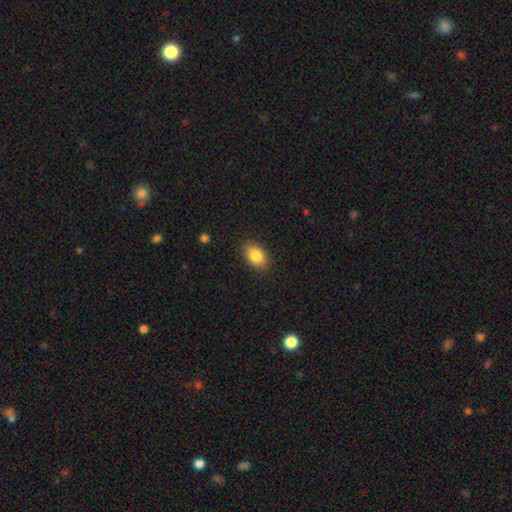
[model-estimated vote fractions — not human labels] smooth 86%, star or artifact 8%, featured or disk 6%. Down the decision tree: how rounded — in between (86%); merging — none (87%).